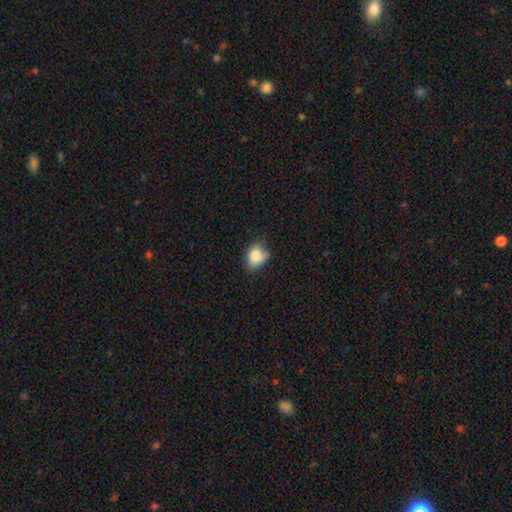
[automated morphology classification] smooth-or-featured: smooth: 80% | featured or disk: 11% | star or artifact: 9%
  how-rounded: in between: 69% | round: 29% | cigar-shaped: 2%
  merging: none: 44% | minor disturbance: 39% | major disturbance: 13% | merger: 5%